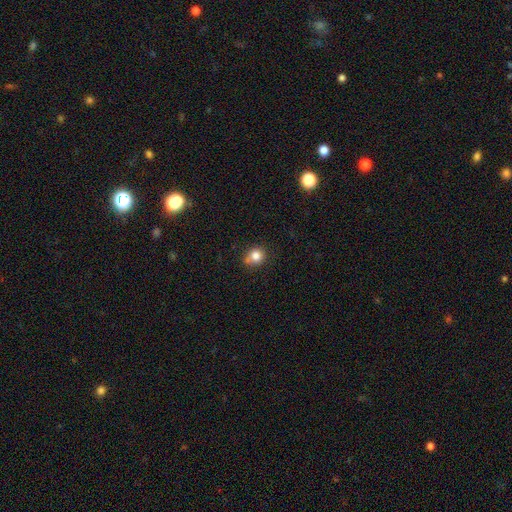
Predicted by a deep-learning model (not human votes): This is clearly a smooth galaxy (81%). How rounded: clearly round (80%). Merging: likely none (65%).